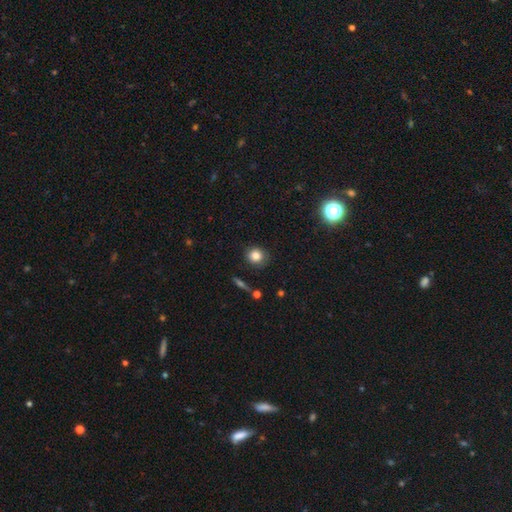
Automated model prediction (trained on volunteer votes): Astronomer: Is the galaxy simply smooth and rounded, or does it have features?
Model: smooth — 83%.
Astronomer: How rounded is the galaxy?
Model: round — 82%.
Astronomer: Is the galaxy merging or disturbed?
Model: none — 85%.